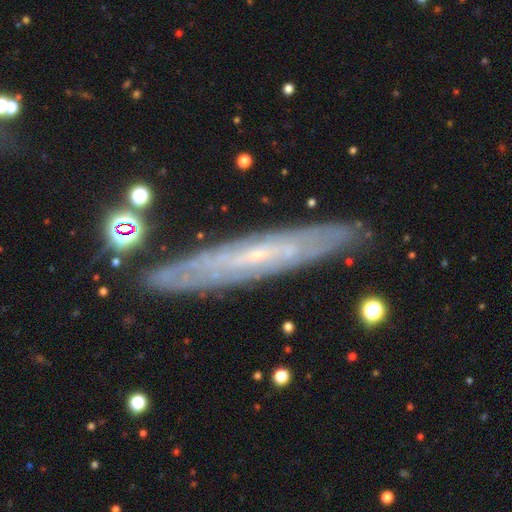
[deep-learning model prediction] smooth_or_featured: featured or disk (p=0.77) [alt: smooth p=0.16]
disk_edge_on: yes (p=0.58) [alt: no p=0.42]
merging: none (p=0.86) [alt: minor disturbance p=0.10]